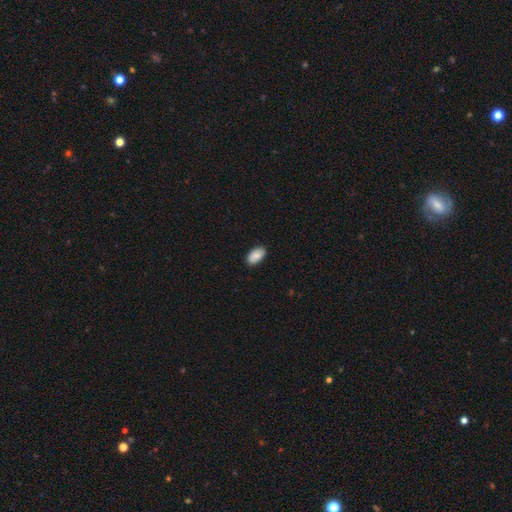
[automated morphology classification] This is clearly a smooth galaxy (85%). How rounded: clearly in between (95%). Merging: clearly none (87%).